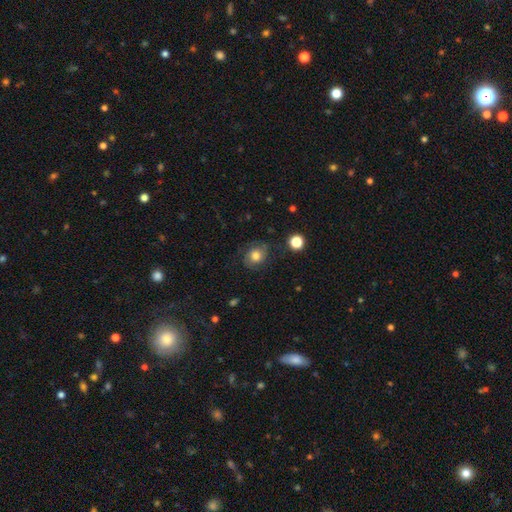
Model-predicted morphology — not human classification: smooth 56%, featured or disk 32%, star or artifact 12%. Down the decision tree: how rounded — round (68%); merging — none (74%).